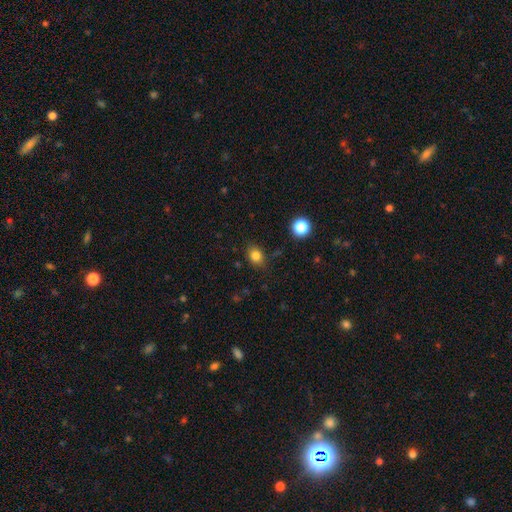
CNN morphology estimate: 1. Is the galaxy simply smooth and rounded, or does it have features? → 82% smooth, 12% star or artifact, 7% featured or disk.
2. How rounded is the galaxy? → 61% in between, 38% round, 1% cigar-shaped.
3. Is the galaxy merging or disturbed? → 82% none, 13% minor disturbance, 3% major disturbance, 2% merger.